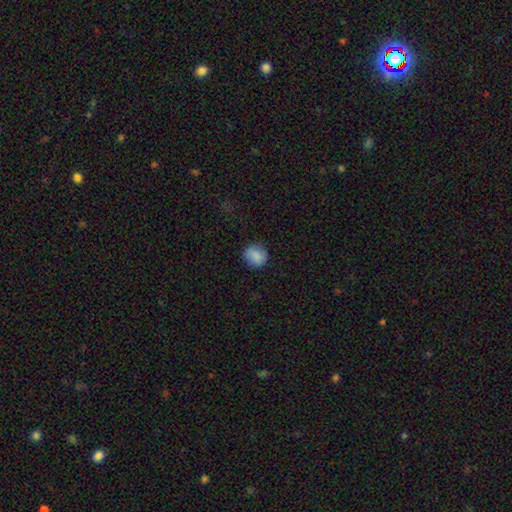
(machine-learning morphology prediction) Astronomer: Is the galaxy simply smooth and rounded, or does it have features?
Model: smooth — 87%.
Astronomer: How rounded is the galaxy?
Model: round — 83%.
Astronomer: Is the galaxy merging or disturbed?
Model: none — 86%.